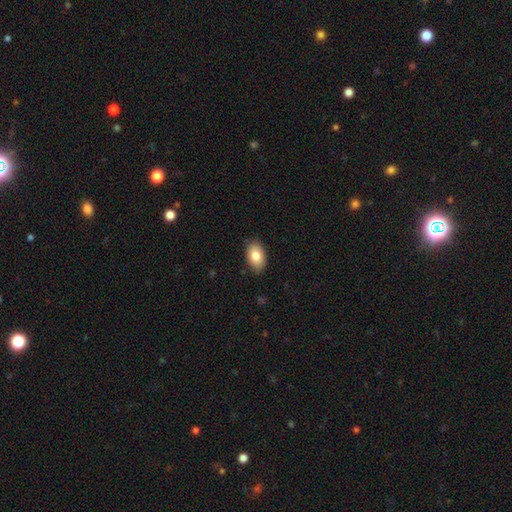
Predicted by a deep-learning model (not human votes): A smooth galaxy with no disk features (84%) that is in between round and cigar-shaped (90%). Merging: none (84%).